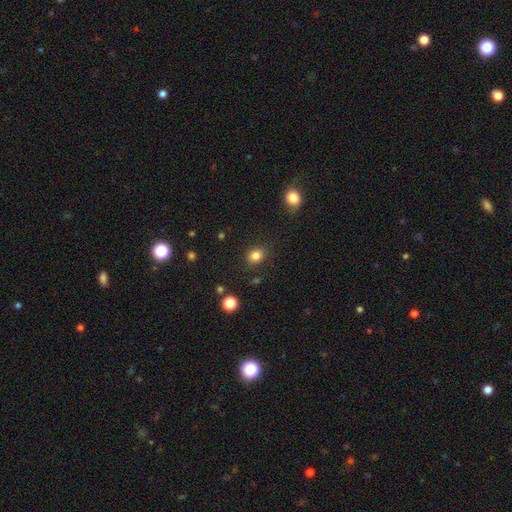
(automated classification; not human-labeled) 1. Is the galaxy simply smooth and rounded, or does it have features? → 83% smooth, 12% star or artifact, 5% featured or disk.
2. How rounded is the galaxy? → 62% round, 37% in between, 1% cigar-shaped.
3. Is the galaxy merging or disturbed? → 83% none, 11% minor disturbance, 3% major disturbance, 2% merger.